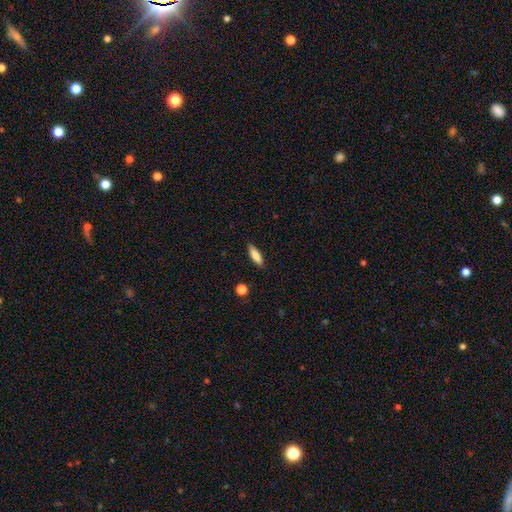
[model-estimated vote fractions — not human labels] smooth 79%, featured or disk 14%, star or artifact 6%. Down the decision tree: how rounded — cigar-shaped (53%); merging — none (87%).